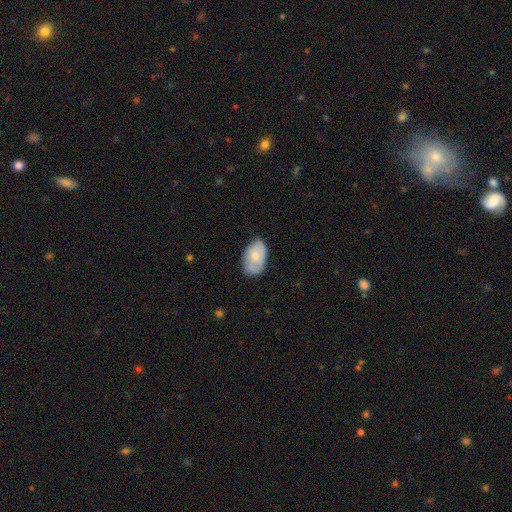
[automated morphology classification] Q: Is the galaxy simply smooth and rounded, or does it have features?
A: smooth — 72%.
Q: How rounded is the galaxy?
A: in between — 92%.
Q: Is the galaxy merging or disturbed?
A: none — 65%.